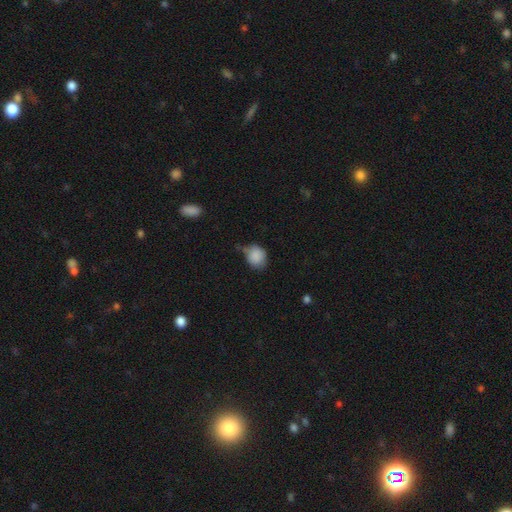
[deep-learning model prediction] A smooth galaxy with no disk features (86%) that is round (67%). Merging: none (45%).